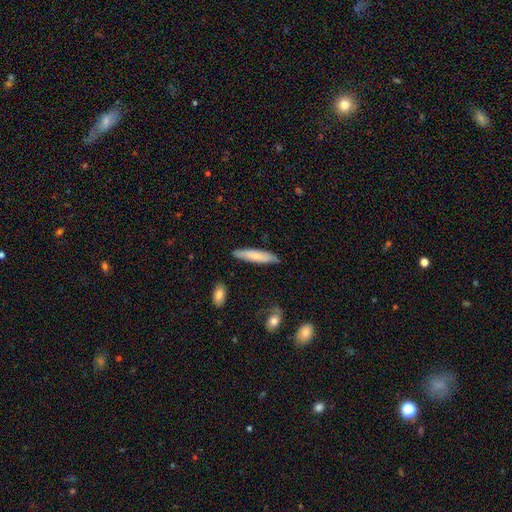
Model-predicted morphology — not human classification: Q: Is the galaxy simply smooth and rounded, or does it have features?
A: smooth — 72%.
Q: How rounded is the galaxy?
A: cigar-shaped — 80%.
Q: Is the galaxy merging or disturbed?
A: none — 84%.